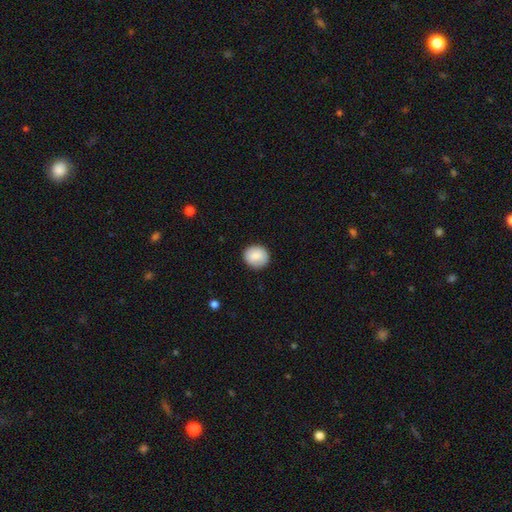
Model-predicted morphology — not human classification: smooth 87%, star or artifact 7%, featured or disk 6%. Down the decision tree: how rounded — round (86%); merging — none (88%).